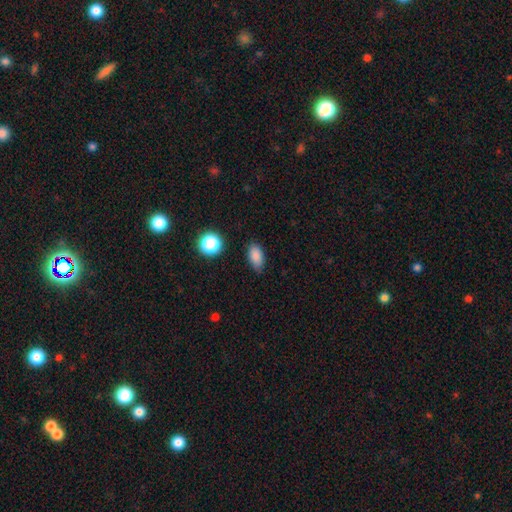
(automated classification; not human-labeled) smooth 85%, star or artifact 11%, featured or disk 5%. Down the decision tree: how rounded — in between (88%); merging — none (78%).